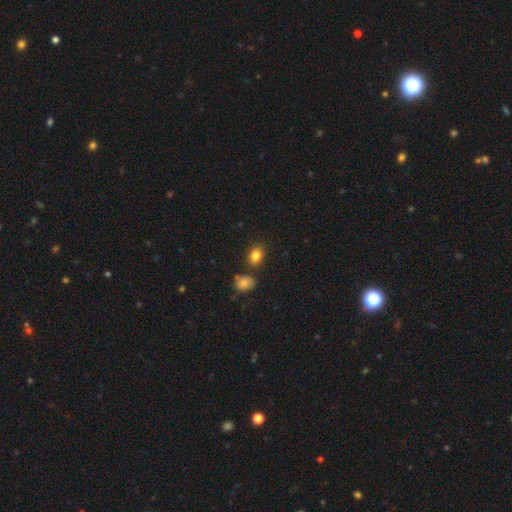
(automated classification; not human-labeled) A smooth galaxy with no disk features (83%) that is in between round and cigar-shaped (63%). Merging: none (77%).